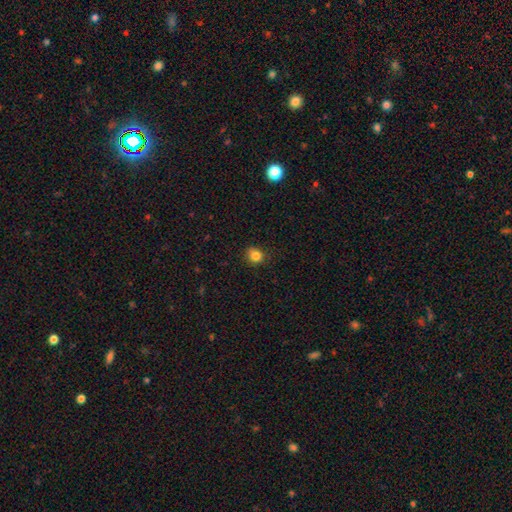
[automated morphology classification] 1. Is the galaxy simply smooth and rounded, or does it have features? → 84% smooth, 12% star or artifact, 5% featured or disk.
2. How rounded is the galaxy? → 74% round, 25% in between, 1% cigar-shaped.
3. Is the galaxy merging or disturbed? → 84% none, 12% minor disturbance, 3% major disturbance, 1% merger.